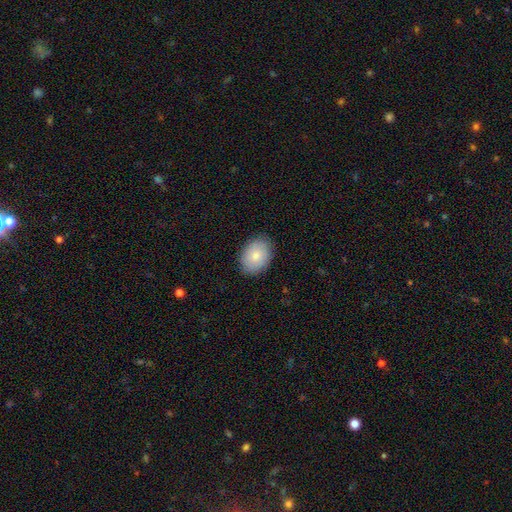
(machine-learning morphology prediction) Smooth or featured: smooth — 81% (featured or disk — 12%)
How rounded: in between — 70% (round — 29%)
Merging: none — 86% (minor disturbance — 11%)